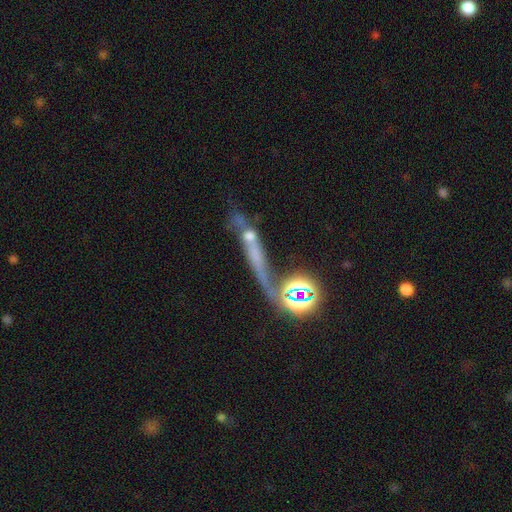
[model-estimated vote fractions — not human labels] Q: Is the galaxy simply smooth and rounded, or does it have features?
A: featured or disk — 40%.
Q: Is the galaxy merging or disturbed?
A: merger — 34%.